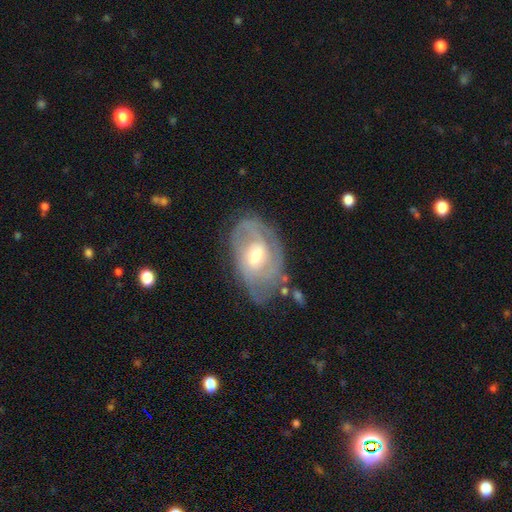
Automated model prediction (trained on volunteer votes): Smooth or featured?
  - featured or disk: 76% *
  - smooth: 18%
  - star or artifact: 6%
Edge-on disk?
  - no: 95% *
  - yes: 5%
Bar?
  - no: 51% *
  - weak: 40%
  - strong: 9%
Spiral arms?
  - yes: 83% *
  - no: 17%
Spiral winding?
  - tight: 59% *
  - medium: 30%
  - loose: 11%
Spiral arm count?
  - can't tell: 43% *
  - 2: 34%
  - 3: 10%
  - 1: 6%
  - 4: 3%
  - more than 4: 3%
Bulge size?
  - moderate: 61% *
  - small: 33%
  - large: 4%
  - none: 1%
  - dominant: 1%
Merging?
  - none: 65% *
  - minor disturbance: 23%
  - major disturbance: 9%
  - merger: 3%